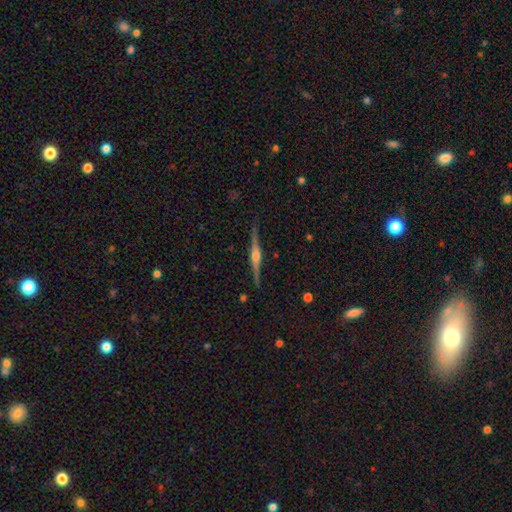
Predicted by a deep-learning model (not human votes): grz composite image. It shows a featured or disk galaxy (84%) viewed edge-on (98%) with a rounded central bulge (87%). Merging: none (90%).